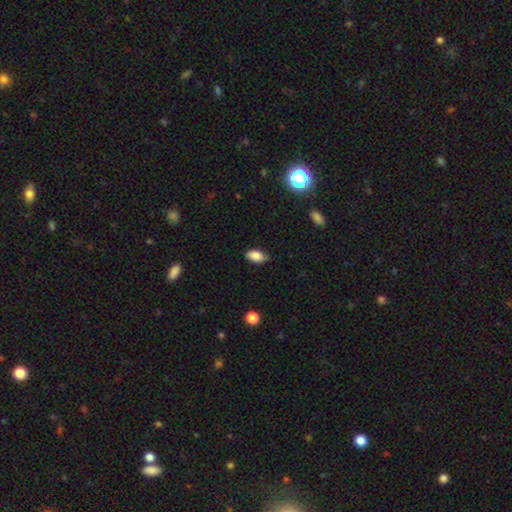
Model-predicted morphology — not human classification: smooth_or_featured: smooth (p=0.85) [alt: star or artifact p=0.08]
how_rounded: in between (p=0.91) [alt: round p=0.06]
merging: none (p=0.65) [alt: minor disturbance p=0.30]